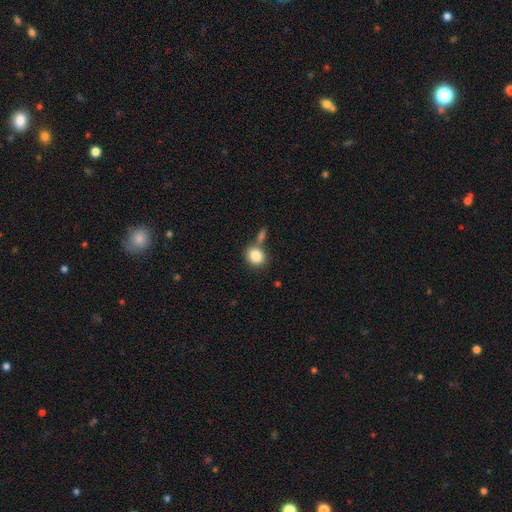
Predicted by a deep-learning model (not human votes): Smooth or featured?
  - smooth: 84% *
  - star or artifact: 9%
  - featured or disk: 7%
How rounded?
  - round: 65% *
  - in between: 34%
  - cigar-shaped: 1%
Merging?
  - none: 58% *
  - merger: 24%
  - minor disturbance: 13%
  - major disturbance: 5%